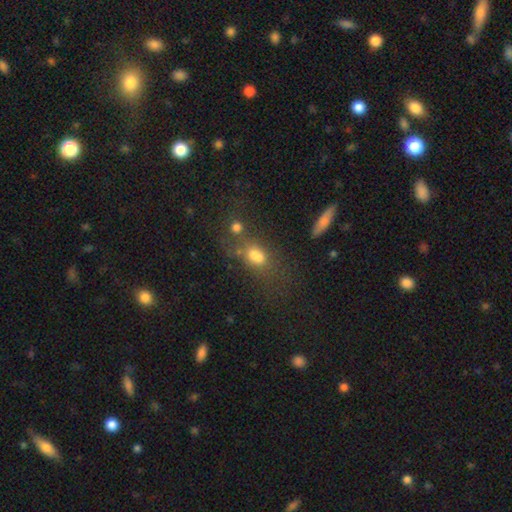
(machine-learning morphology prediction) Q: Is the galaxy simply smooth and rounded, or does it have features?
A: smooth — 63%.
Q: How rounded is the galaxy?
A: in between — 64%.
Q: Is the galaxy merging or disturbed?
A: none — 39%.